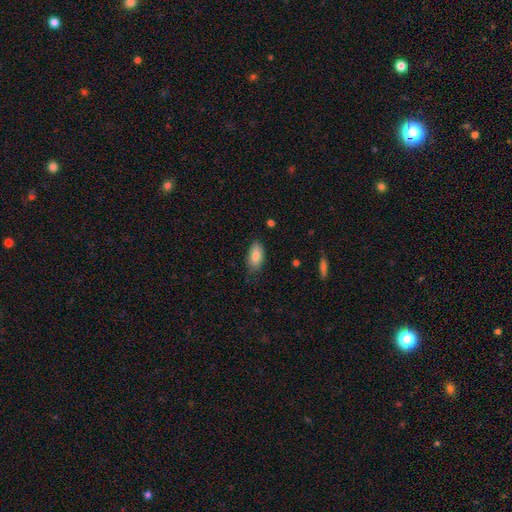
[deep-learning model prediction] This is clearly a smooth galaxy (83%). How rounded: clearly in between (91%). Merging: likely none (75%).